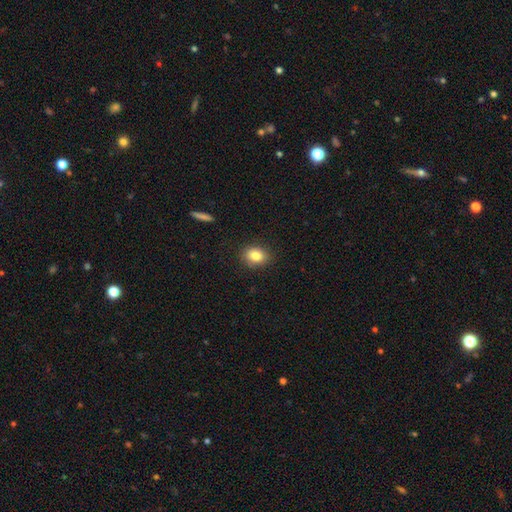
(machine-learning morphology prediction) Smooth or featured? Predicted: smooth (p=0.82). How rounded? Predicted: round (p=0.52). Merging? Predicted: none (p=0.87).